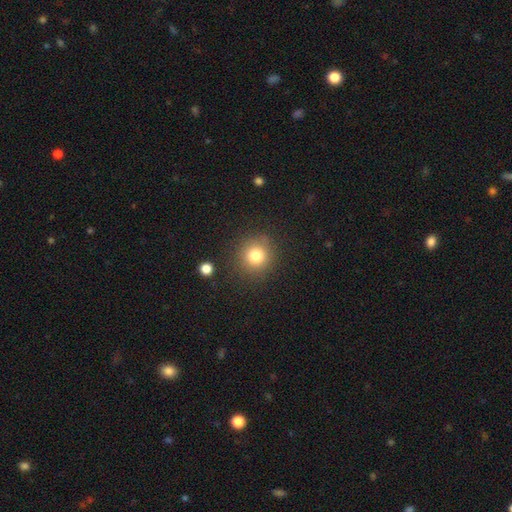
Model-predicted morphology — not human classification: Smooth or featured?
  - smooth: 79% *
  - star or artifact: 13%
  - featured or disk: 8%
How rounded?
  - round: 92% *
  - in between: 7%
  - cigar-shaped: 1%
Merging?
  - none: 86% *
  - minor disturbance: 8%
  - major disturbance: 3%
  - merger: 2%